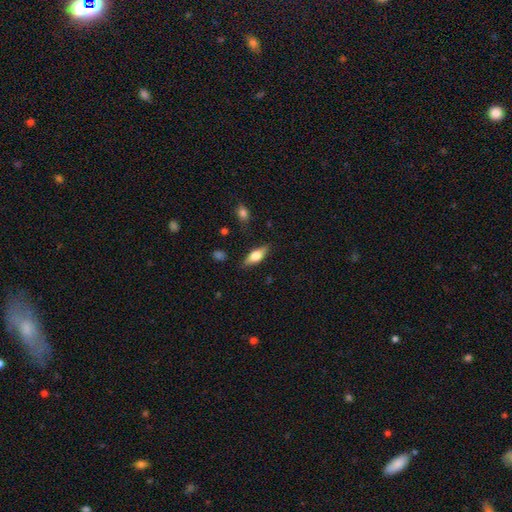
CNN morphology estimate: smooth_or_featured: smooth (p=0.57) [alt: featured or disk p=0.36]
how_rounded: in between (p=0.70) [alt: cigar-shaped p=0.27]
merging: none (p=0.84) [alt: minor disturbance p=0.12]